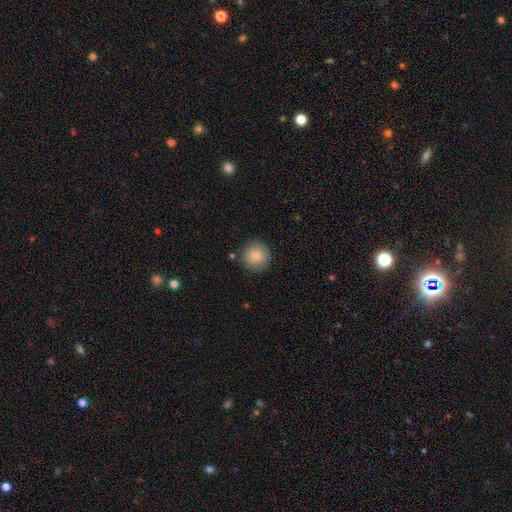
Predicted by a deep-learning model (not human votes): smooth-or-featured: smooth: 84% | star or artifact: 8% | featured or disk: 8%
  how-rounded: round: 95% | in between: 4% | cigar-shaped: 1%
  merging: none: 88% | minor disturbance: 8% | major disturbance: 2% | merger: 2%